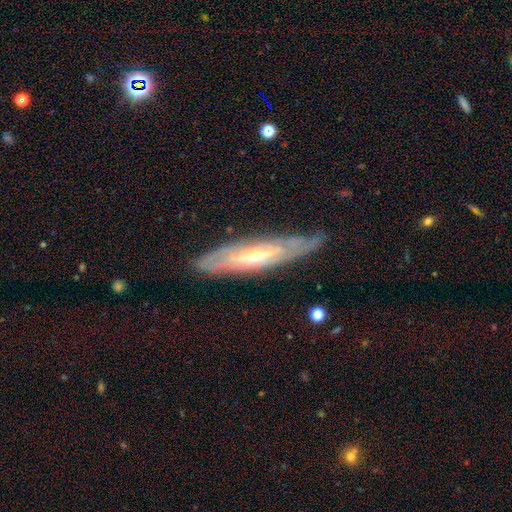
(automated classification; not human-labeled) The model was most divided on "edge-on disk": no: 52%, yes: 48%. More confident: merging — none (78%); smooth or featured — featured or disk (77%).